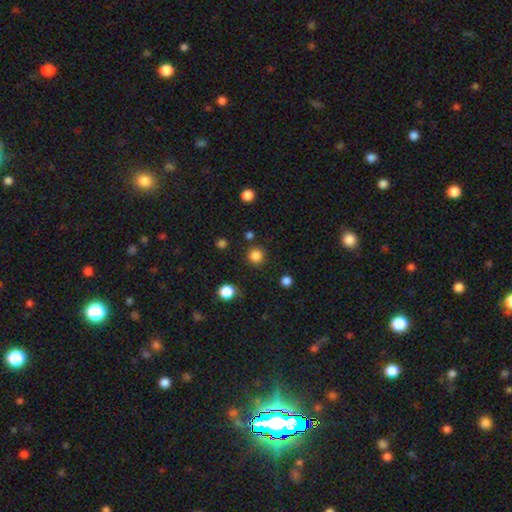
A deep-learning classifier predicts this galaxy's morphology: smooth_or_featured: smooth (p=0.84) [alt: star or artifact p=0.13]
how_rounded: round (p=0.94) [alt: in between p=0.05]
merging: none (p=0.87) [alt: minor disturbance p=0.07]